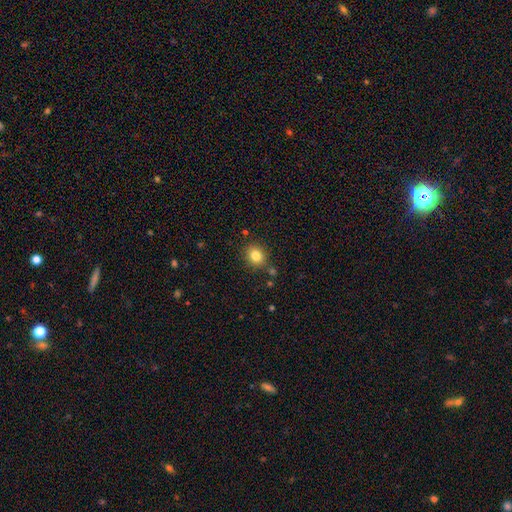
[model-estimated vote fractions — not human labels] A smooth galaxy with no disk features (82%) that is round (70%).

Vote fractions:
- Smooth or featured? smooth: 82% / star or artifact: 11% / featured or disk: 6%
- How rounded? round: 70% / in between: 29% / cigar-shaped: 1%
- Merging? none: 83% / minor disturbance: 10% / merger: 4% / major disturbance: 3%